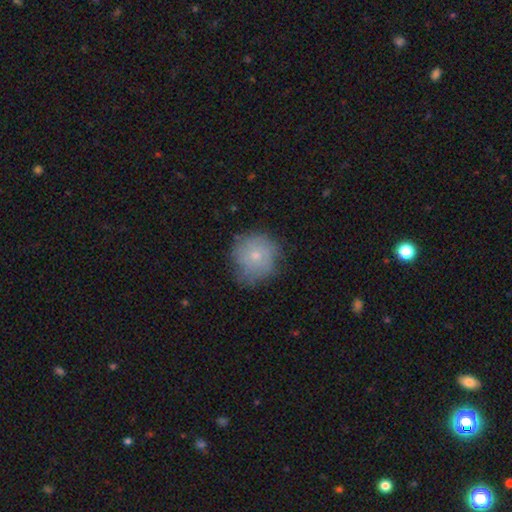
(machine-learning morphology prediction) A smooth galaxy with no disk features (69%) that is round (90%).

Vote fractions:
- Smooth or featured? smooth: 69% / featured or disk: 22% / star or artifact: 9%
- How rounded? round: 90% / in between: 9% / cigar-shaped: 1%
- Merging? none: 66% / minor disturbance: 25% / major disturbance: 7% / merger: 2%